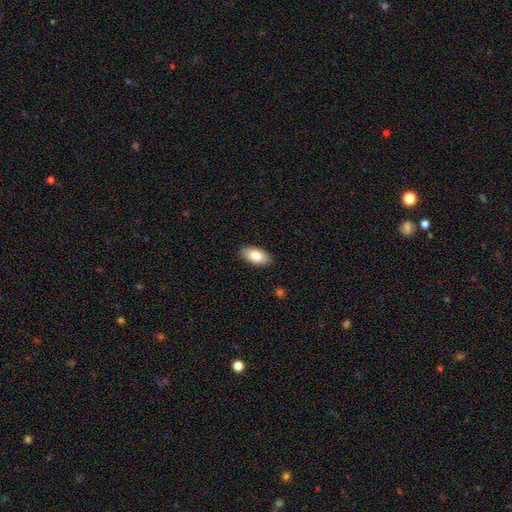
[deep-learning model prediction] Overall: smooth (84%). How rounded: in between (93%). Merging: none (88%).